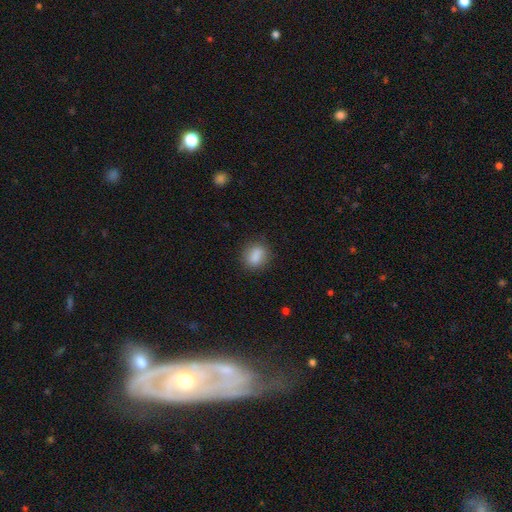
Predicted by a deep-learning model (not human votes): Q: Smooth or featured?
A: smooth (84%); runner-up: star or artifact (9%)
Q: How rounded?
A: in between (52%); runner-up: round (44%)
Q: Merging?
A: none (82%); runner-up: minor disturbance (13%)